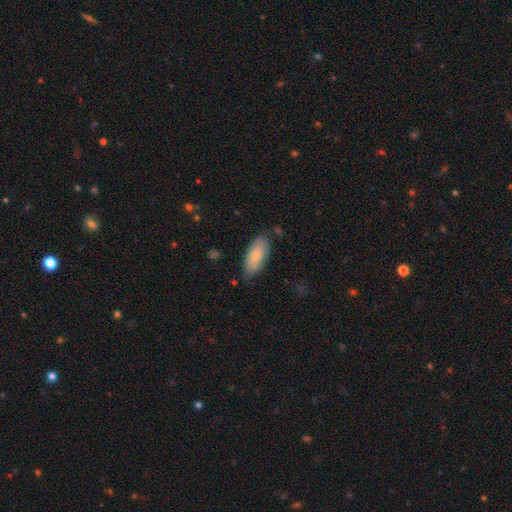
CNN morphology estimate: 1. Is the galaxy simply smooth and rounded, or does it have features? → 77% smooth, 17% featured or disk, 6% star or artifact.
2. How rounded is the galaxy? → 86% in between, 11% cigar-shaped, 2% round.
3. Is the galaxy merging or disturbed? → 74% none, 21% minor disturbance, 4% major disturbance, 2% merger.